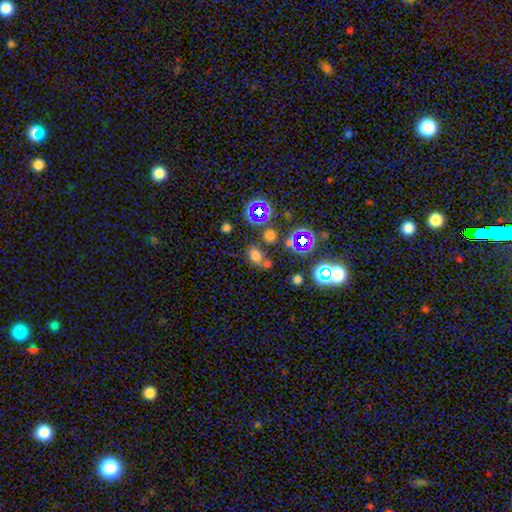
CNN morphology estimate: smooth_or_featured: smooth (p=0.61) [alt: star or artifact p=0.29]
how_rounded: in between (p=0.57) [alt: round p=0.41]
merging: none (p=0.57) [alt: merger p=0.21]